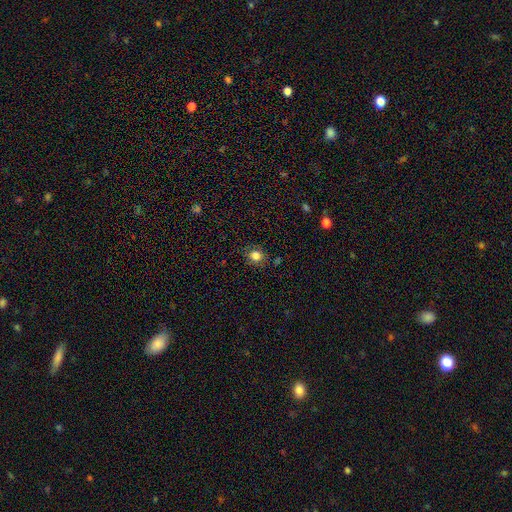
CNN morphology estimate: The model was most divided on "how rounded": round: 77%, in between: 22%, cigar-shaped: 1%. More confident: merging — none (84%); smooth or featured — smooth (79%).